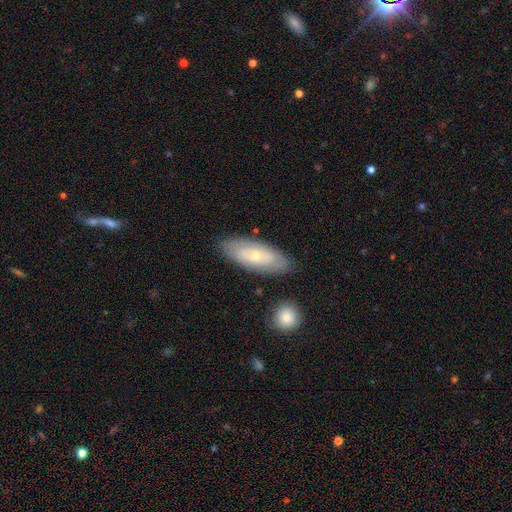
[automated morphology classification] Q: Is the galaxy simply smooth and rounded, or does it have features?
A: featured or disk — 49%.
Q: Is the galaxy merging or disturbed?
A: none — 82%.